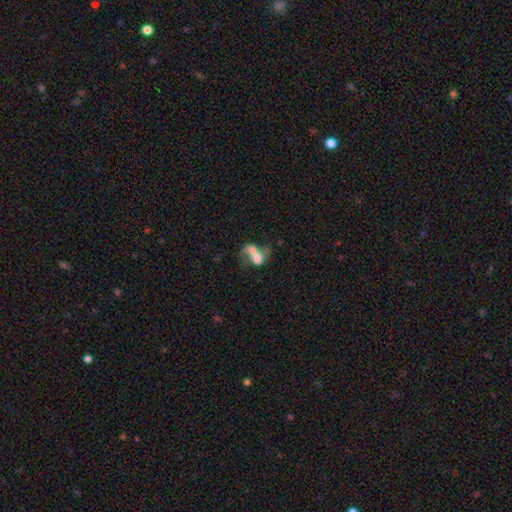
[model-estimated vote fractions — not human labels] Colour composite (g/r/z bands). It shows a smooth galaxy with no disk features (51%) that is in between round and cigar-shaped (64%). Merging: merger (73%).